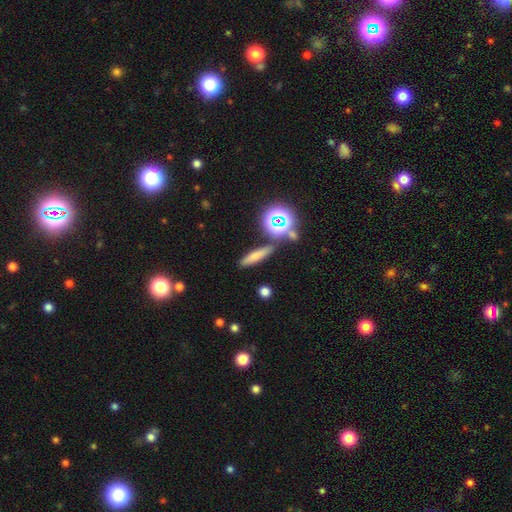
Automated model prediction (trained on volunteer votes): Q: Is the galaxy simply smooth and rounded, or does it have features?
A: smooth — 65%.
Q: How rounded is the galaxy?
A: cigar-shaped — 70%.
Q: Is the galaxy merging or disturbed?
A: none — 81%.